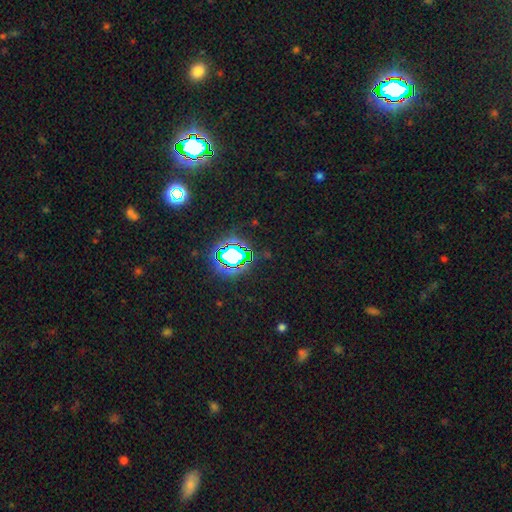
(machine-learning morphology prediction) Smooth or featured?
  - star or artifact: 80% *
  - smooth: 13%
  - featured or disk: 8%